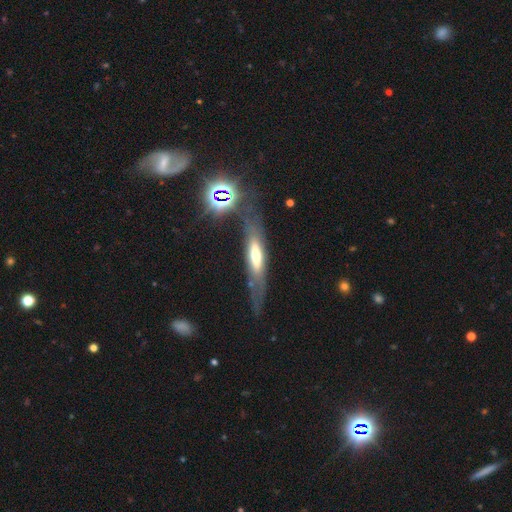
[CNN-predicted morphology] Smooth or featured?
  - featured or disk: 51% *
  - smooth: 39%
  - star or artifact: 10%
Edge-on disk?
  - yes: 72% *
  - no: 28%
Merging?
  - none: 59% *
  - minor disturbance: 20%
  - major disturbance: 14%
  - merger: 7%